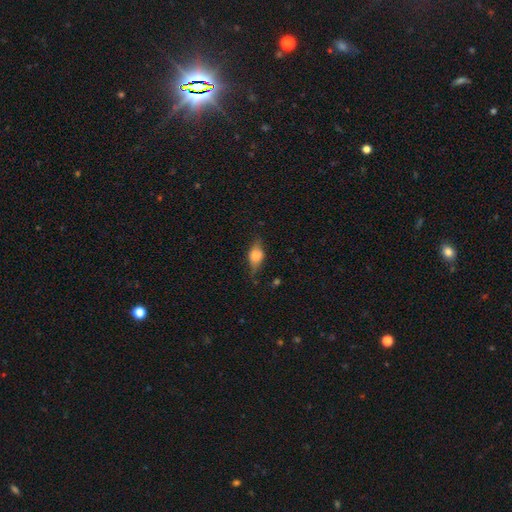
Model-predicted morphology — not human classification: smooth 48%, featured or disk 43%, star or artifact 9%. Down the decision tree: merging — none (71%).